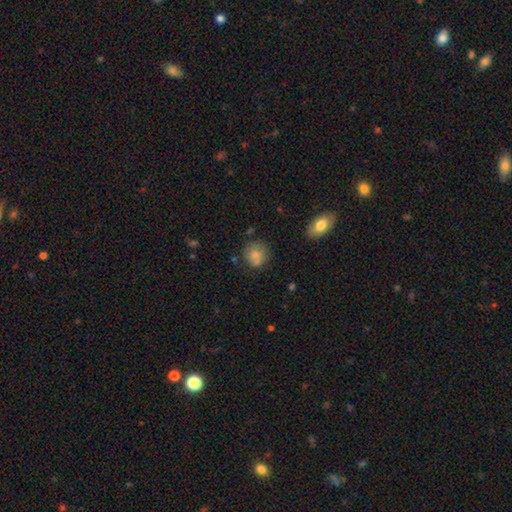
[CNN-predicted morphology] smooth 78%, featured or disk 13%, star or artifact 9%. Down the decision tree: how rounded — round (86%); merging — none (70%).